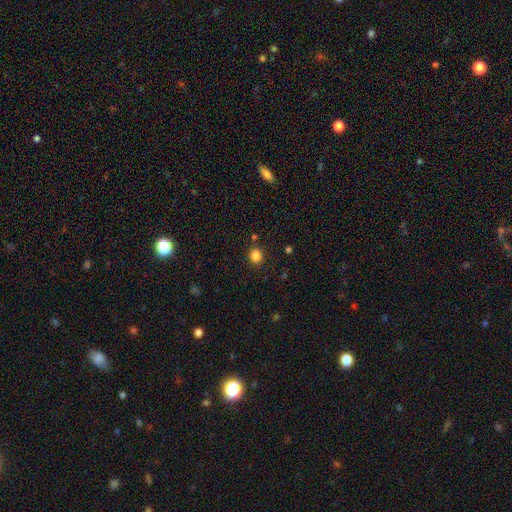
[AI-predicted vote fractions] This is clearly a smooth galaxy (84%). How rounded: likely round (78%). Merging: clearly none (89%).